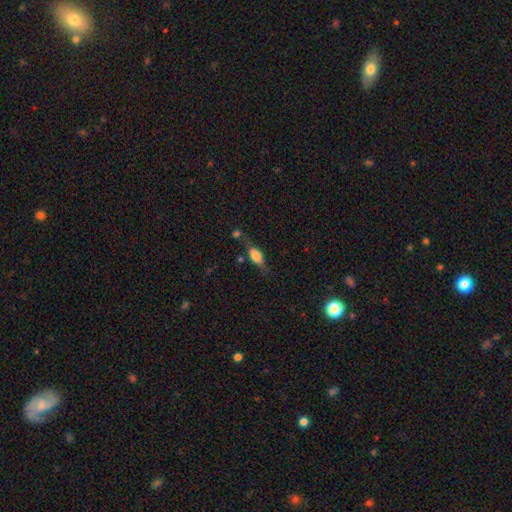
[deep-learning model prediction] smooth_or_featured: smooth (p=0.65) [alt: featured or disk p=0.25]
how_rounded: in between (p=0.73) [alt: cigar-shaped p=0.20]
merging: none (p=0.55) [alt: minor disturbance p=0.23]